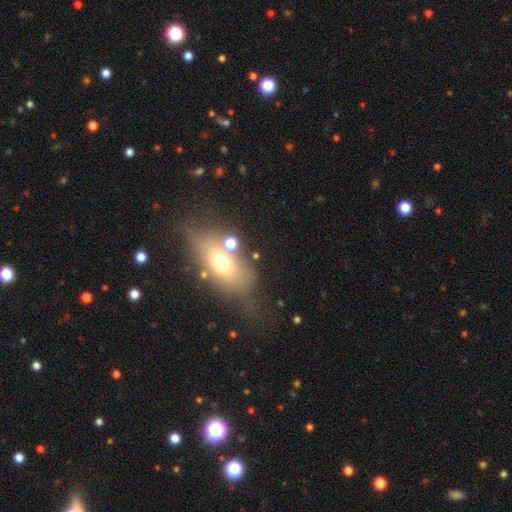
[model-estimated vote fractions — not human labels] Smooth or featured? smooth (58%)
How rounded? in between (76%)
Merging? none (56%)